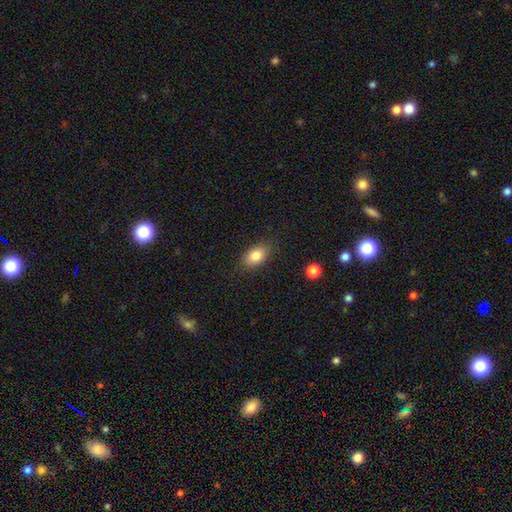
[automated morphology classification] Smooth or featured? Predicted: smooth (p=0.82). How rounded? Predicted: in between (p=0.86). Merging? Predicted: none (p=0.84).